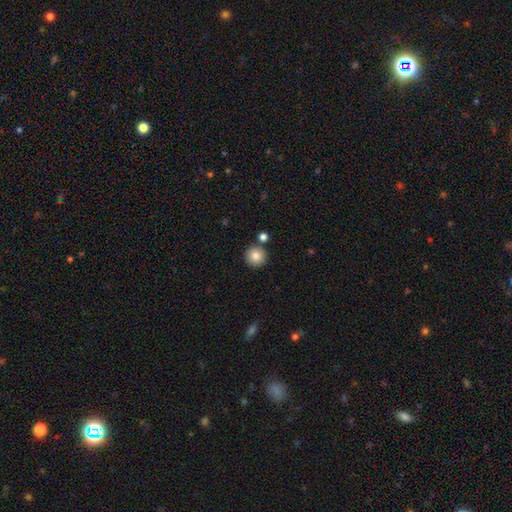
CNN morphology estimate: This is clearly a smooth galaxy (84%). How rounded: clearly round (95%). Merging: clearly none (84%).